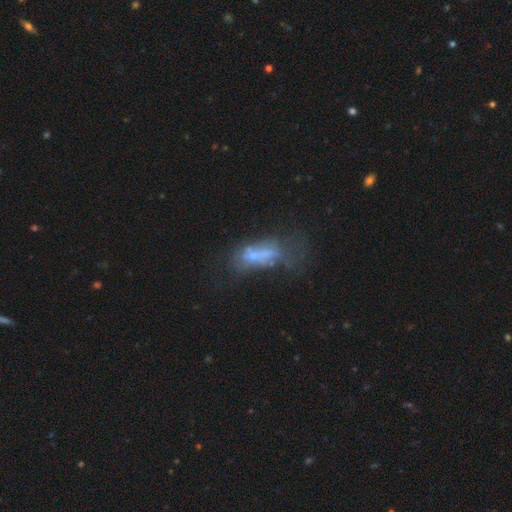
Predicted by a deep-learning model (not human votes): Smooth or featured: featured or disk — 43% (smooth — 40%)
Merging: major disturbance — 35% (none — 26%)